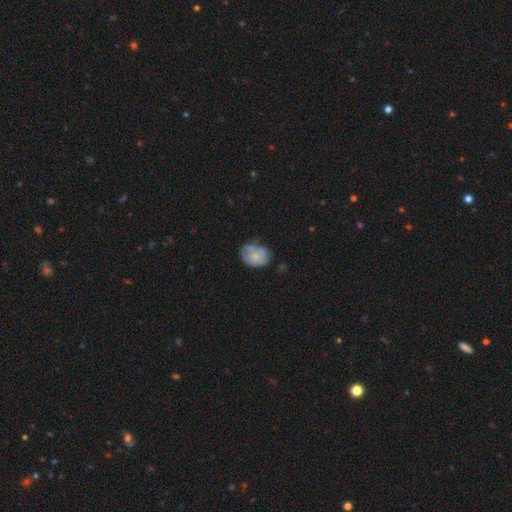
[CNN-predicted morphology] smooth_or_featured: smooth (p=0.64) [alt: featured or disk p=0.29]
how_rounded: in between (p=0.62) [alt: round p=0.37]
merging: none (p=0.51) [alt: minor disturbance p=0.33]